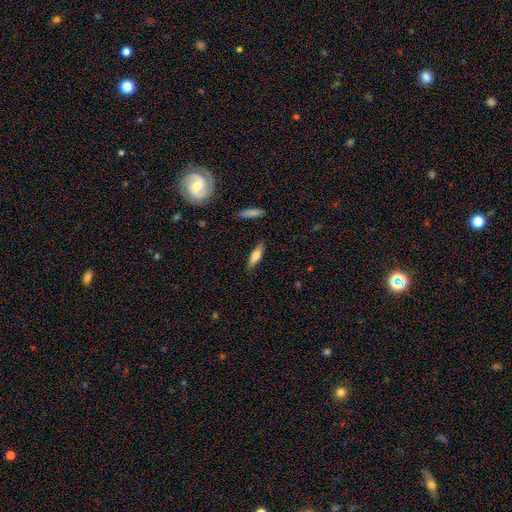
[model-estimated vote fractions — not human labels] smooth_or_featured: smooth (p=0.74) [alt: featured or disk p=0.19]
how_rounded: cigar-shaped (p=0.51) [alt: in between p=0.47]
merging: none (p=0.84) [alt: minor disturbance p=0.12]